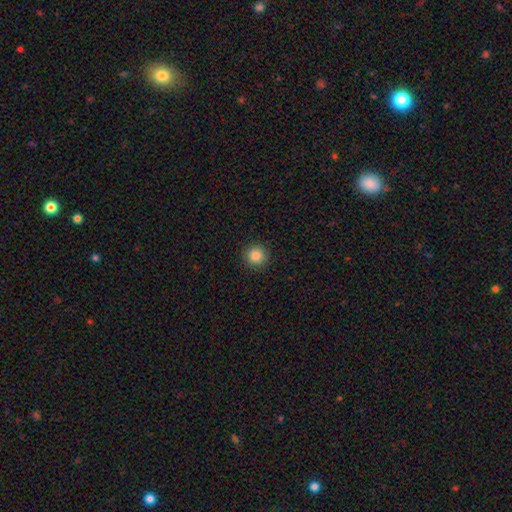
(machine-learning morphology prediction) Smooth or featured: smooth — 85% (star or artifact — 10%)
How rounded: round — 95% (in between — 4%)
Merging: none — 92% (minor disturbance — 5%)